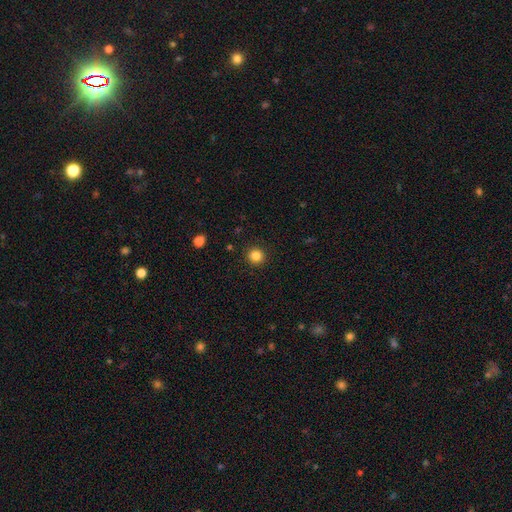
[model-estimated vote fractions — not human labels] Smooth or featured? smooth (84%)
How rounded? round (94%)
Merging? none (92%)